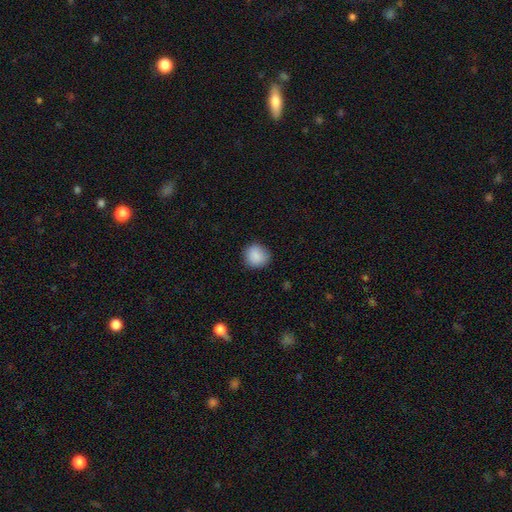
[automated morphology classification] The model was most divided on "merging": none: 86%, minor disturbance: 11%, major disturbance: 3%, merger: 1%. More confident: smooth or featured — smooth (88%); how rounded — round (87%).